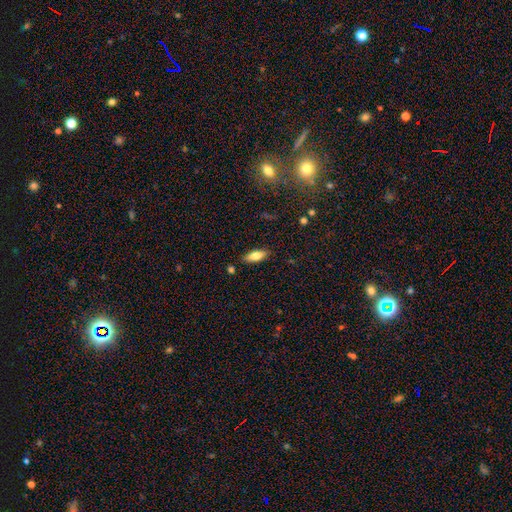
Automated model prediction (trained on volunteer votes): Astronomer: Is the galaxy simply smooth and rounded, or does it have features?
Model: smooth — 71%.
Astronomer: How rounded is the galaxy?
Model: in between — 75%.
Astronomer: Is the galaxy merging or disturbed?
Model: none — 87%.